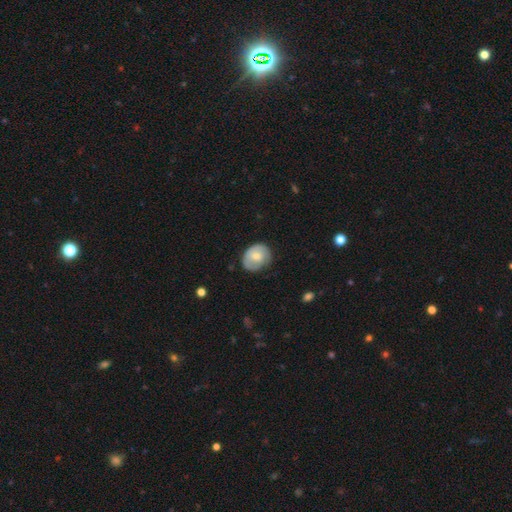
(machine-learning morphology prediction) This is possibly a smooth galaxy (55%). How rounded: likely round (60%). Merging: likely none (66%).